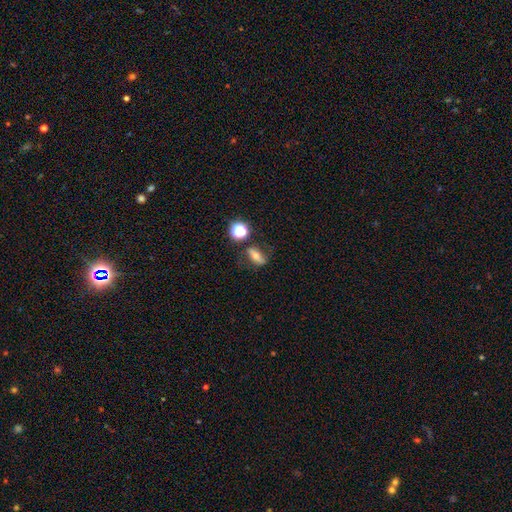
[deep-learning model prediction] Smooth or featured: smooth — 49% (featured or disk — 37%)
Merging: none — 65% (minor disturbance — 18%)